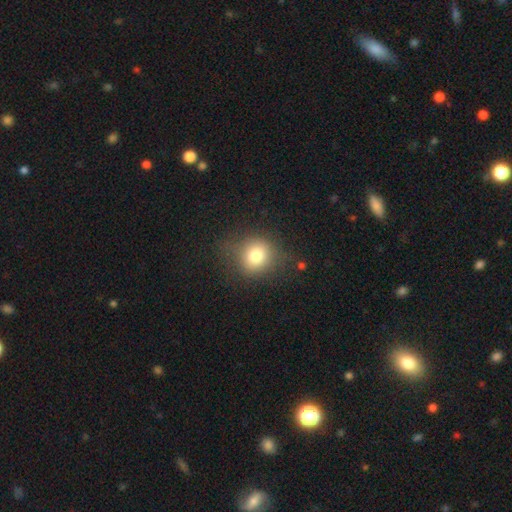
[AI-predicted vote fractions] Smooth or featured: smooth — 78% (star or artifact — 12%)
How rounded: round — 81% (in between — 18%)
Merging: none — 73% (minor disturbance — 17%)